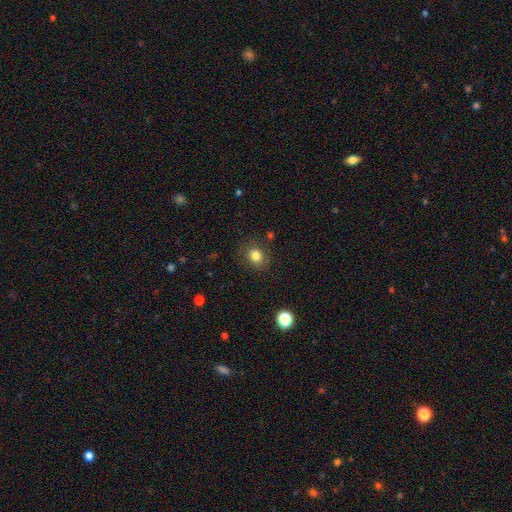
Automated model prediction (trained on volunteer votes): A smooth galaxy with no disk features (81%) that is round (72%).

Vote fractions:
- Smooth or featured? smooth: 81% / star or artifact: 12% / featured or disk: 7%
- How rounded? round: 72% / in between: 28% / cigar-shaped: 1%
- Merging? none: 83% / minor disturbance: 11% / major disturbance: 4% / merger: 2%